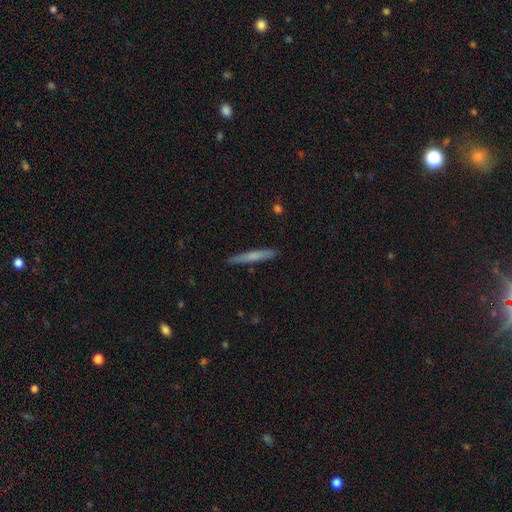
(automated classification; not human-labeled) Smooth or featured?
  - smooth: 60% *
  - featured or disk: 34%
  - star or artifact: 6%
How rounded?
  - cigar-shaped: 96% *
  - in between: 3%
  - round: 1%
Merging?
  - none: 90% *
  - minor disturbance: 8%
  - major disturbance: 1%
  - merger: 1%